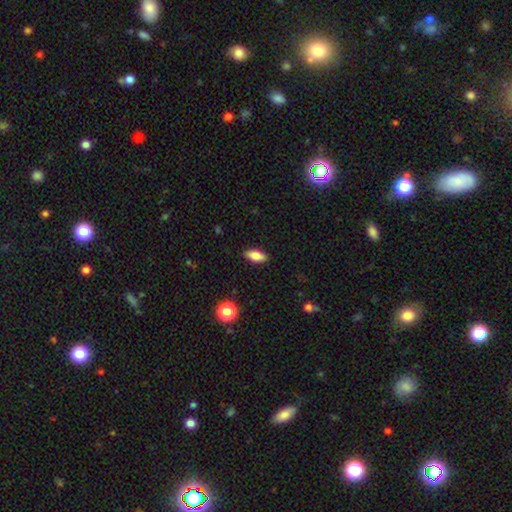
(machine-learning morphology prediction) Q: Smooth or featured?
A: smooth (75%); runner-up: featured or disk (17%)
Q: How rounded?
A: in between (81%); runner-up: cigar-shaped (15%)
Q: Merging?
A: none (88%); runner-up: minor disturbance (9%)